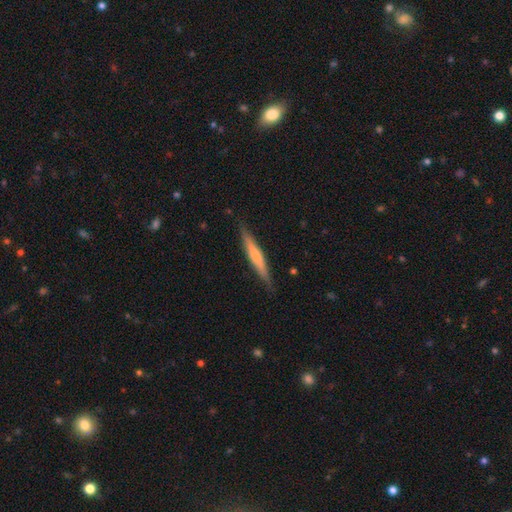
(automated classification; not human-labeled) smooth 49%, featured or disk 46%, star or artifact 6%. Down the decision tree: merging — none (87%).